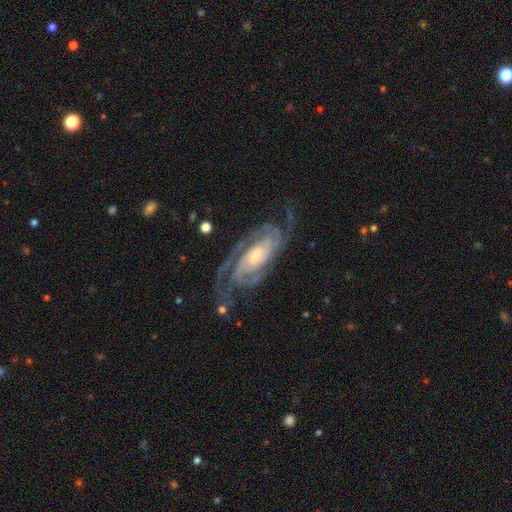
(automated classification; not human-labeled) Smooth or featured? Predicted: featured or disk (p=0.92). Edge-on disk? Predicted: no (p=0.96). Bar? Predicted: no (p=0.62). Spiral arms? Predicted: yes (p=0.98). Spiral winding? Predicted: tight (p=0.64). Spiral arm count? Predicted: 2 (p=0.40). Bulge size? Predicted: small (p=0.61). Merging? Predicted: none (p=0.71).